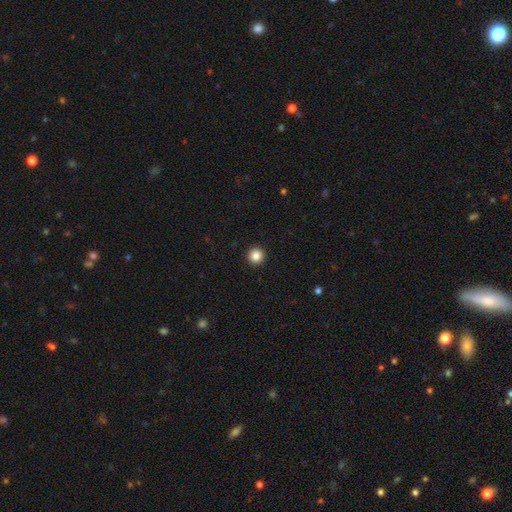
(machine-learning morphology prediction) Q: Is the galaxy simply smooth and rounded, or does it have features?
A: smooth — 85%.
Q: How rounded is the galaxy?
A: round — 97%.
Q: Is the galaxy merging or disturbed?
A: none — 94%.